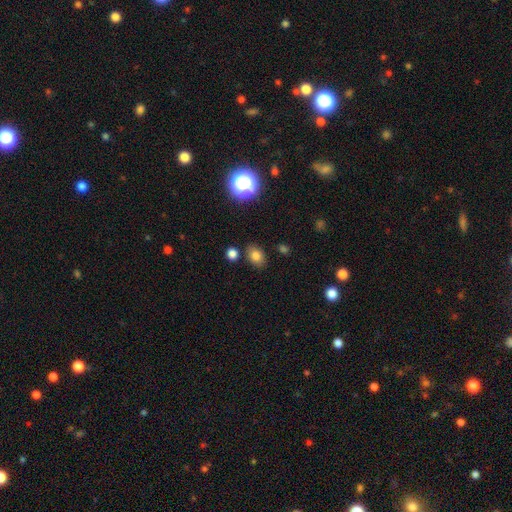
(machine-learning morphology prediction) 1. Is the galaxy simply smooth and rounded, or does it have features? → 79% smooth, 13% star or artifact, 8% featured or disk.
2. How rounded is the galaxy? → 71% in between, 28% round, 1% cigar-shaped.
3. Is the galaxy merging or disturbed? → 81% none, 11% minor disturbance, 5% merger, 3% major disturbance.